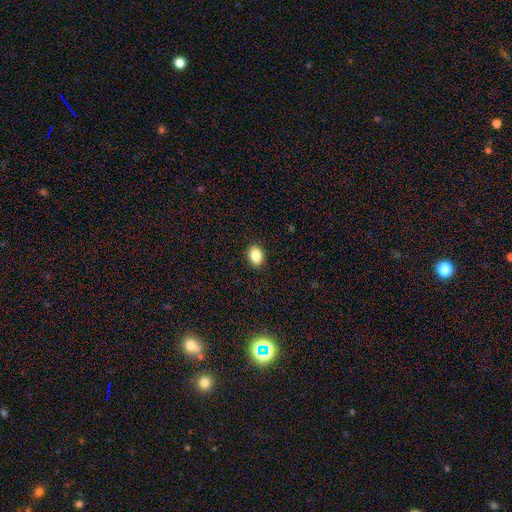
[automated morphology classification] Smooth or featured?
  - smooth: 86% *
  - star or artifact: 9%
  - featured or disk: 5%
How rounded?
  - in between: 79% *
  - round: 19%
  - cigar-shaped: 1%
Merging?
  - none: 90% *
  - minor disturbance: 7%
  - major disturbance: 2%
  - merger: 1%